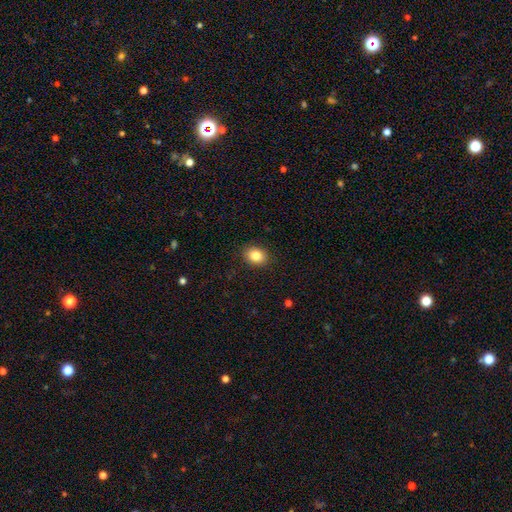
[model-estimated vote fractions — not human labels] A smooth galaxy with no disk features (85%) that is in between round and cigar-shaped (55%).

Vote fractions:
- Smooth or featured? smooth: 85% / star or artifact: 9% / featured or disk: 6%
- How rounded? in between: 55% / round: 44% / cigar-shaped: 1%
- Merging? none: 89% / minor disturbance: 8% / major disturbance: 2% / merger: 1%